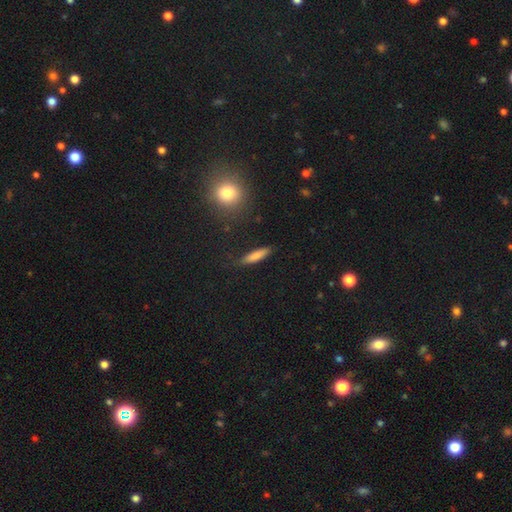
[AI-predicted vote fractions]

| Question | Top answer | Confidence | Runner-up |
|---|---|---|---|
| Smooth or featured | smooth | 80% | featured or disk (13%) |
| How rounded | cigar-shaped | 78% | in between (20%) |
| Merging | none | 82% | minor disturbance (13%) |